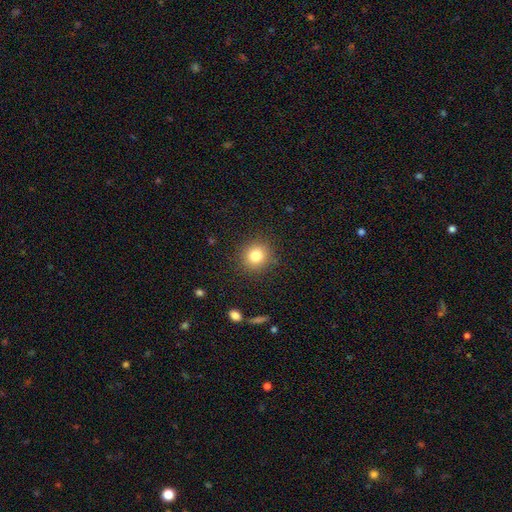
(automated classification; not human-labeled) smooth 81%, star or artifact 12%, featured or disk 7%. Down the decision tree: how rounded — round (86%); merging — none (88%).